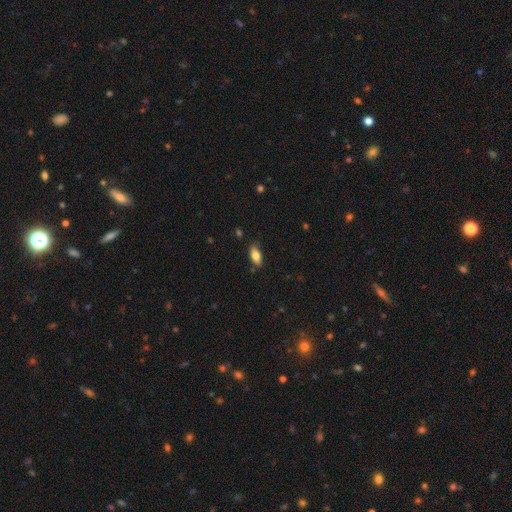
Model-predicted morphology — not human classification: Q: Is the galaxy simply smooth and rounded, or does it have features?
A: smooth — 79%.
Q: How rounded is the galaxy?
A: in between — 87%.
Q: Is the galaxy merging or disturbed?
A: none — 83%.